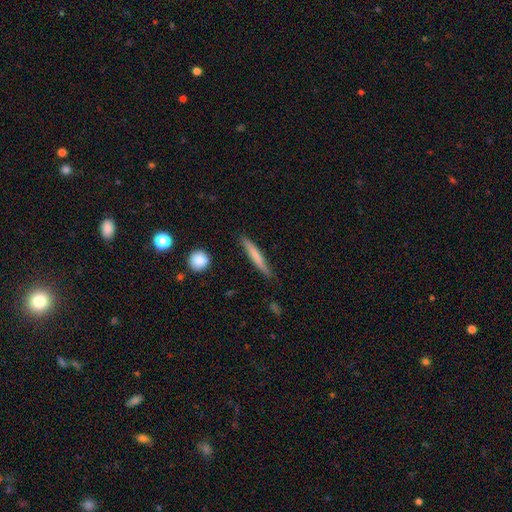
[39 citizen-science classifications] This appears to be a smooth galaxy with no disk features (67%) that is cigar-shaped (100%). Merging: none (72%).